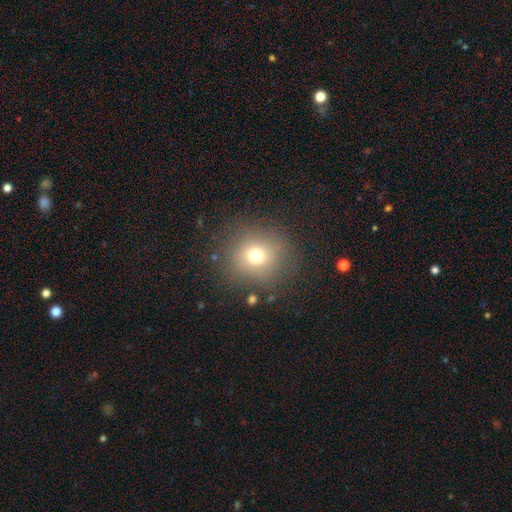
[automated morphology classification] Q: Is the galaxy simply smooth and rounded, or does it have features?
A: smooth — 71%.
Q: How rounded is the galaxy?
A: round — 90%.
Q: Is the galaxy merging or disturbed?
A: none — 84%.